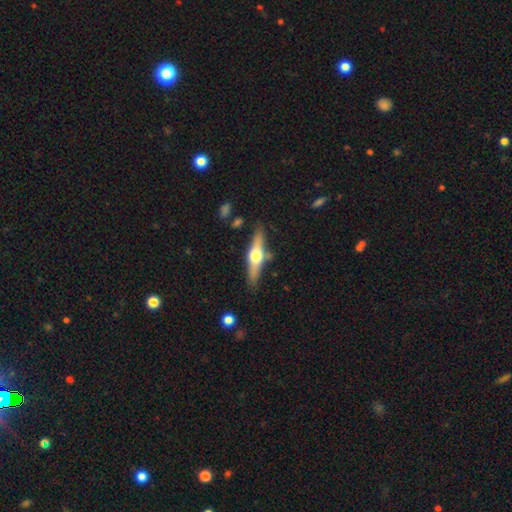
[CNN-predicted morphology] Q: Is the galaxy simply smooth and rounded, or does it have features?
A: featured or disk — 67%.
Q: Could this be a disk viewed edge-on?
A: yes — 96%.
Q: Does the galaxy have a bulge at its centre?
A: rounded — 95%.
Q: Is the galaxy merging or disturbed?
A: none — 83%.